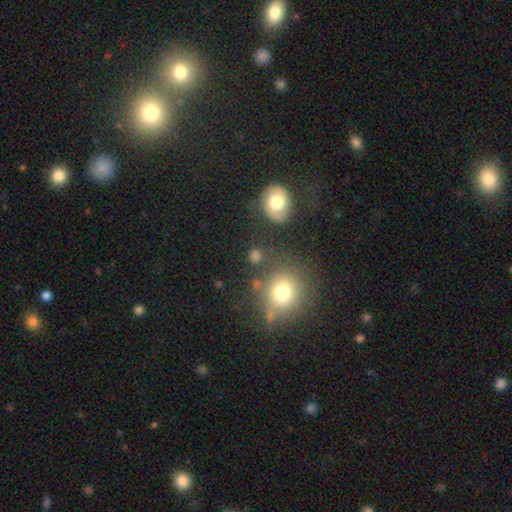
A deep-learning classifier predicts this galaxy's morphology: Smooth or featured: smooth — 72% (star or artifact — 16%)
How rounded: round — 77% (in between — 22%)
Merging: none — 72% (minor disturbance — 13%)